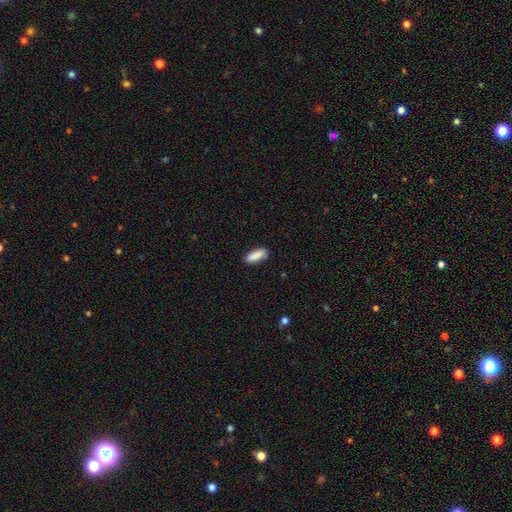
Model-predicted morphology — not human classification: Q: Smooth or featured?
A: smooth (88%); runner-up: star or artifact (7%)
Q: How rounded?
A: in between (61%); runner-up: cigar-shaped (38%)
Q: Merging?
A: none (84%); runner-up: minor disturbance (12%)